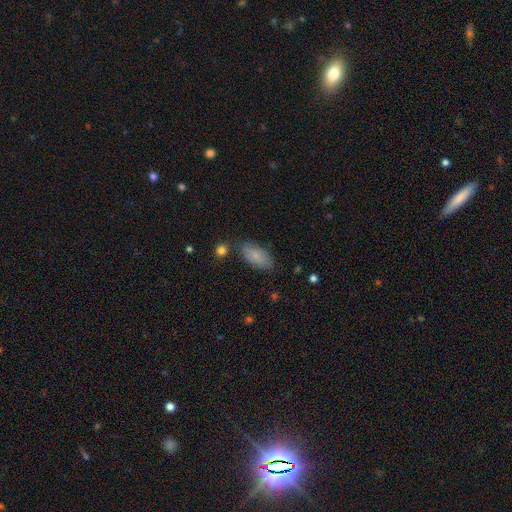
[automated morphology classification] A smooth galaxy with no disk features (83%) that is in between round and cigar-shaped (91%). Merging: none (78%).